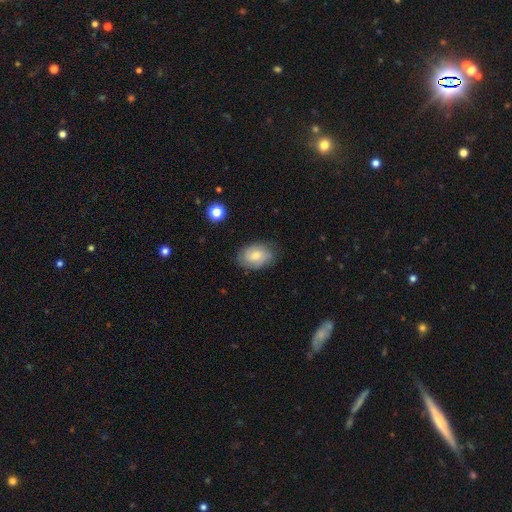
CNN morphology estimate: This appears to be a smooth galaxy with no disk features (61%) that is in between round and cigar-shaped (82%). Merging: none (77%).